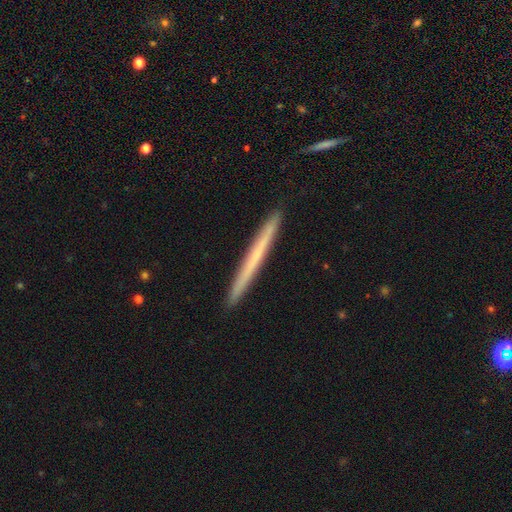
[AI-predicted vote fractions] This is possibly a smooth galaxy (50%). Merging: clearly none (92%).